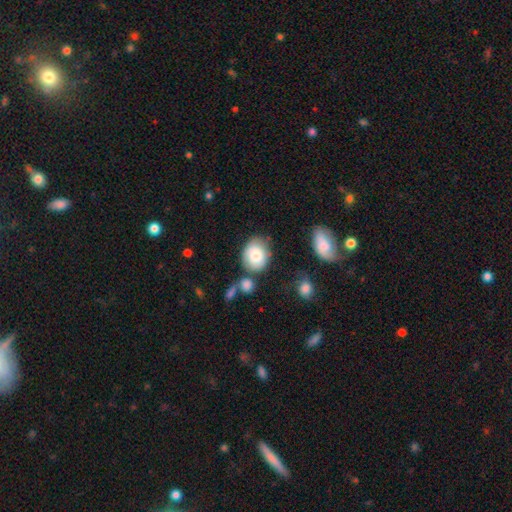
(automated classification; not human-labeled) Morphology: type=smooth (79%); roundness=round (55%); merging=none (63%).